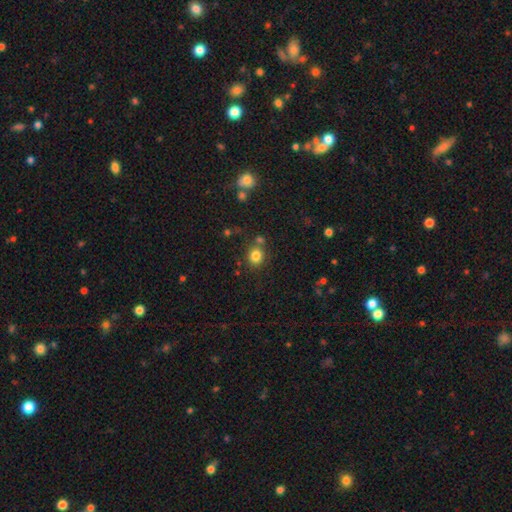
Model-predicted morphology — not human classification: The model was most divided on "how rounded": round: 75%, in between: 24%, cigar-shaped: 1%. More confident: smooth or featured — smooth (82%); merging — none (73%).